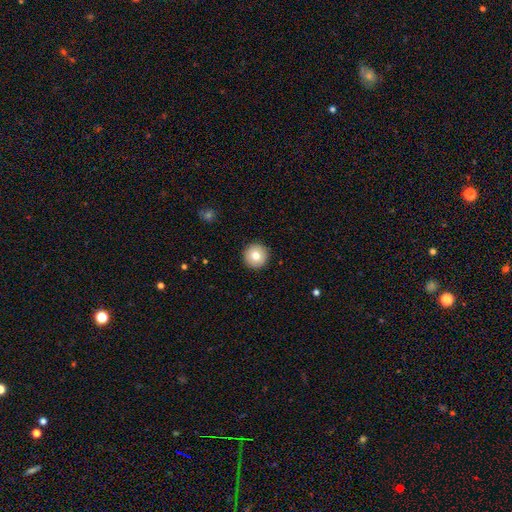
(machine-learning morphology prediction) Smooth or featured? Predicted: smooth (p=0.80). How rounded? Predicted: round (p=0.96). Merging? Predicted: none (p=0.93).